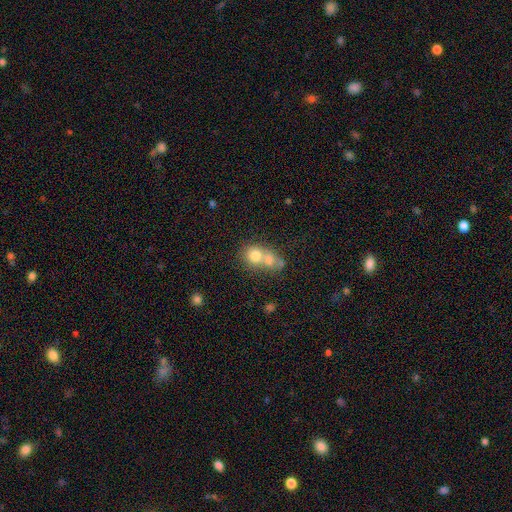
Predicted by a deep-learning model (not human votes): A smooth galaxy with no disk features (71%) that is round (69%). Merging: merger (67%).